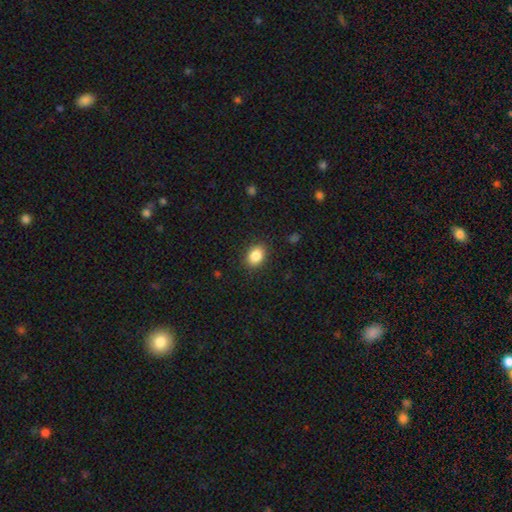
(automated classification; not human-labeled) Smooth or featured? smooth (87%)
How rounded? in between (72%)
Merging? none (87%)